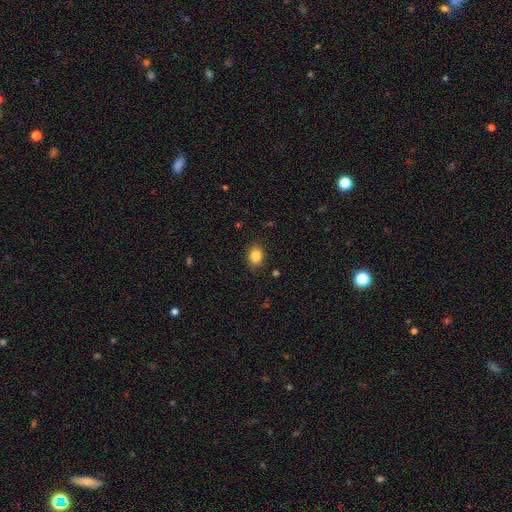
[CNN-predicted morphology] A smooth galaxy with no disk features (86%) that is in between round and cigar-shaped (63%).

Vote fractions:
- Smooth or featured? smooth: 86% / star or artifact: 9% / featured or disk: 5%
- How rounded? in between: 63% / round: 36% / cigar-shaped: 1%
- Merging? none: 87% / minor disturbance: 9% / major disturbance: 3% / merger: 1%